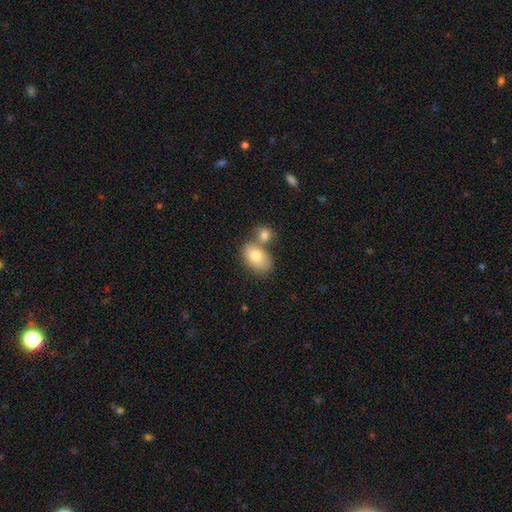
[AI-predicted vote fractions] smooth 76%, featured or disk 17%, star or artifact 7%. Down the decision tree: how rounded — in between (80%); merging — merger (48%).